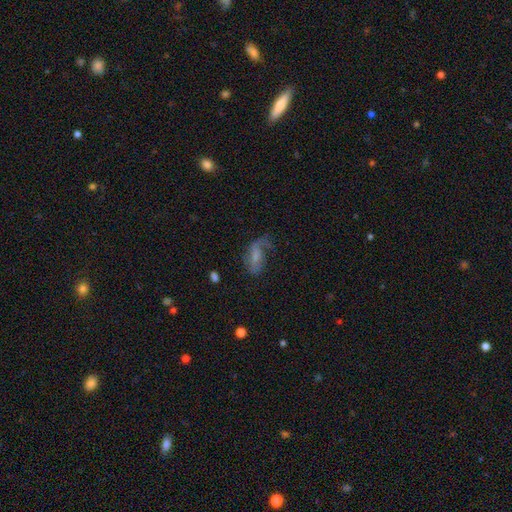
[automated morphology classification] The model was most divided on "merging": none: 39%, major disturbance: 35%, minor disturbance: 24%, merger: 3%. Remaining: edge-on disk — no (93%); spiral arms — yes (77%); smooth or featured — featured or disk (55%); bulge size — small (47%); bar — no (45%).